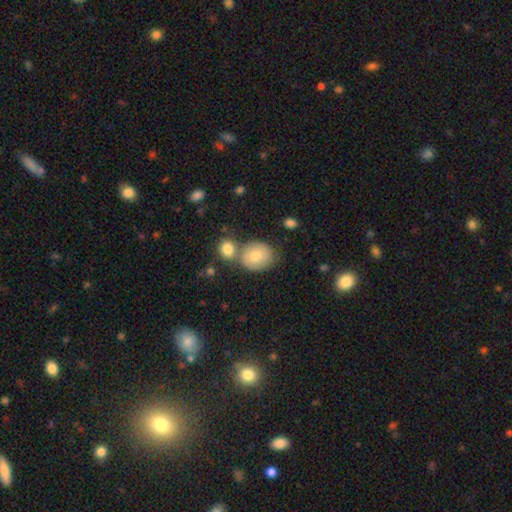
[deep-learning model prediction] Smooth or featured?
  - smooth: 71% *
  - featured or disk: 22%
  - star or artifact: 8%
How rounded?
  - round: 67% *
  - in between: 32%
  - cigar-shaped: 1%
Merging?
  - none: 53% *
  - merger: 27%
  - minor disturbance: 15%
  - major disturbance: 5%